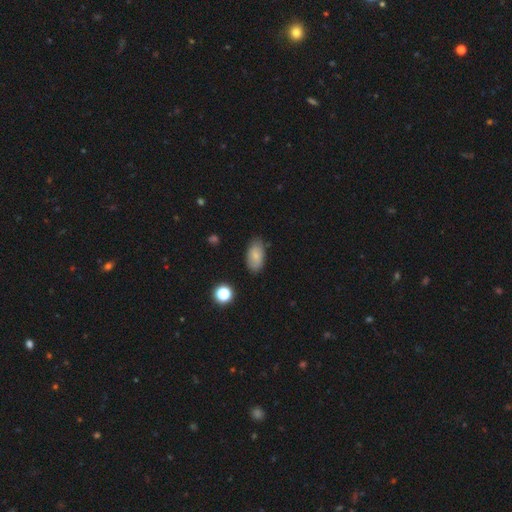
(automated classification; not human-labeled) Overall: smooth (77%). How rounded: in between (93%). Merging: none (78%).